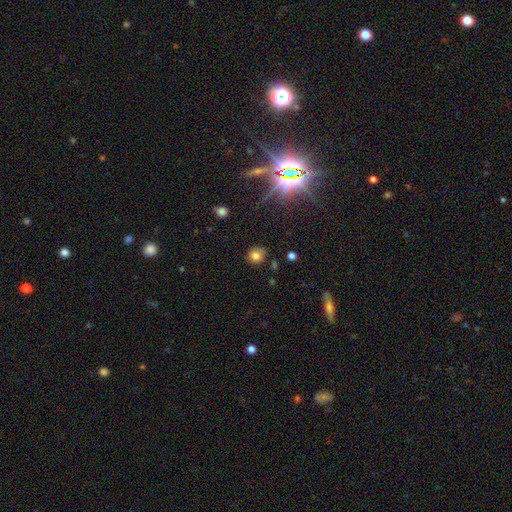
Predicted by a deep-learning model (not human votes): Smooth or featured: smooth — 77% (star or artifact — 16%)
How rounded: round — 78% (in between — 21%)
Merging: none — 79% (minor disturbance — 15%)